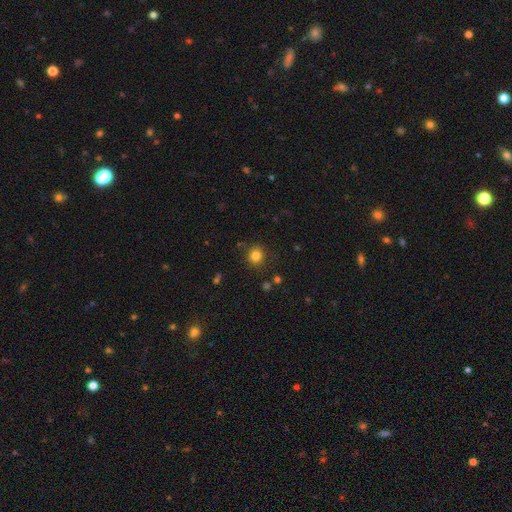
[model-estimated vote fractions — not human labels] A smooth galaxy with no disk features (81%) that is round (90%).

Vote fractions:
- Smooth or featured? smooth: 81% / star or artifact: 14% / featured or disk: 5%
- How rounded? round: 90% / in between: 9% / cigar-shaped: 1%
- Merging? none: 86% / minor disturbance: 8% / major disturbance: 3% / merger: 3%